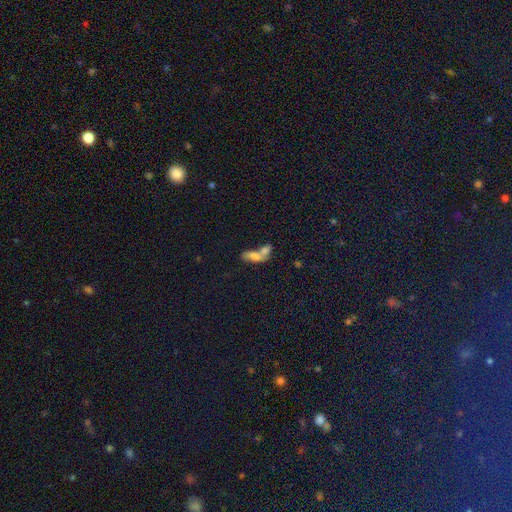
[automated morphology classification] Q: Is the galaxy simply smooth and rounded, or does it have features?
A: smooth — 67%.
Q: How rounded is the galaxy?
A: in between — 78%.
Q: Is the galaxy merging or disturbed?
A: merger — 71%.